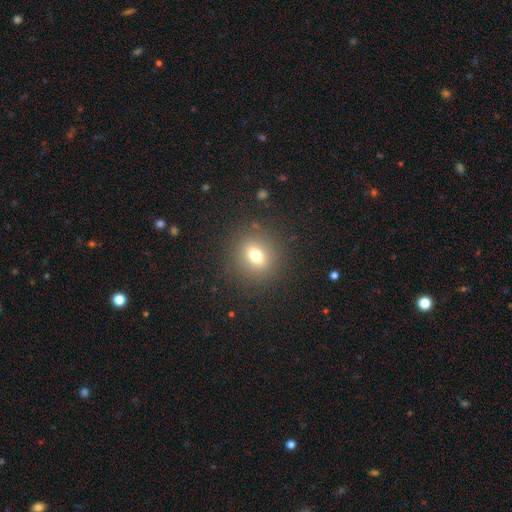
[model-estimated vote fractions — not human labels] Smooth or featured?
  - smooth: 71% *
  - star or artifact: 15%
  - featured or disk: 14%
How rounded?
  - round: 75% *
  - in between: 24%
  - cigar-shaped: 1%
Merging?
  - none: 86% *
  - minor disturbance: 8%
  - major disturbance: 4%
  - merger: 1%